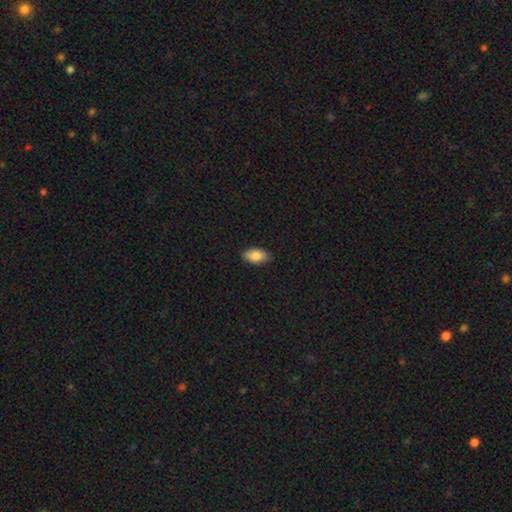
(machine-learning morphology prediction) smooth 87%, star or artifact 7%, featured or disk 6%. Down the decision tree: how rounded — in between (93%); merging — none (87%).